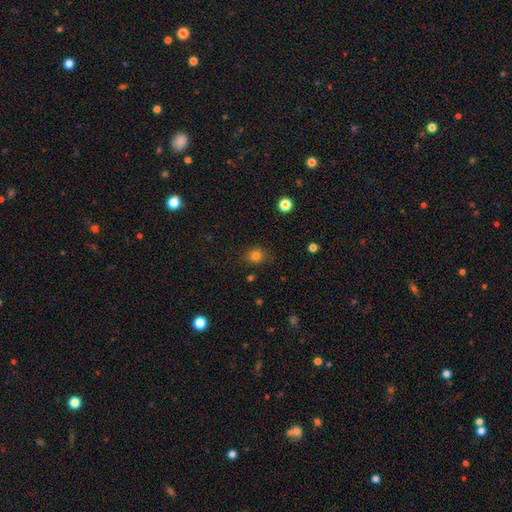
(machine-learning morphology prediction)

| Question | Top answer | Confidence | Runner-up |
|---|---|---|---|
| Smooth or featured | smooth | 81% | star or artifact (14%) |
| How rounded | round | 75% | in between (24%) |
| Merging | none | 78% | minor disturbance (15%) |